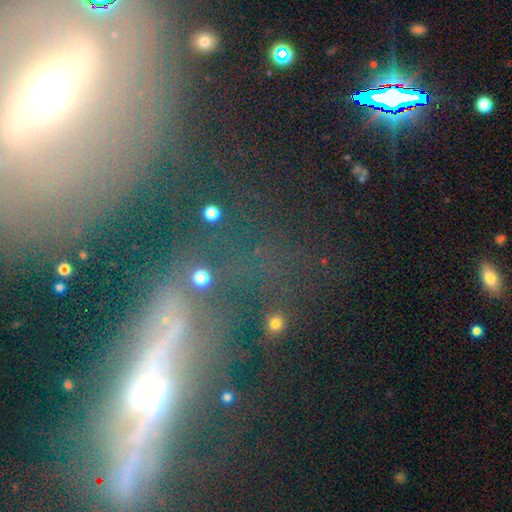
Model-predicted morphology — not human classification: Smooth or featured? Predicted: featured or disk (p=0.49). Merging? Predicted: none (p=0.52).